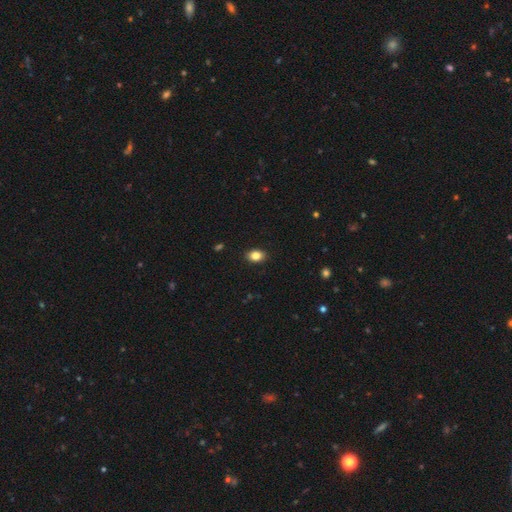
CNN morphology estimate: smooth 85%, star or artifact 9%, featured or disk 6%. Down the decision tree: how rounded — in between (75%); merging — none (89%).